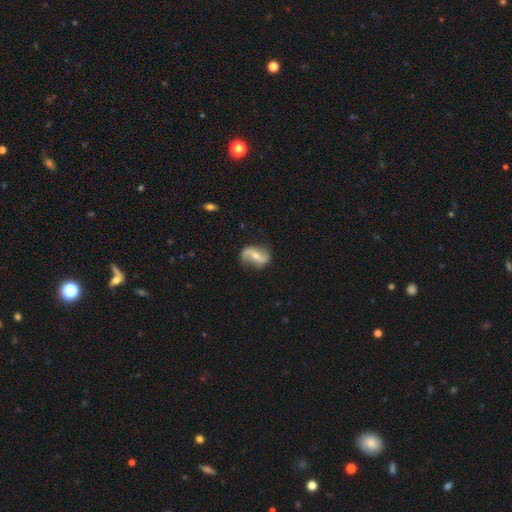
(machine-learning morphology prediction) Smooth or featured? featured or disk (75%)
Edge-on disk? no (96%)
Bar? weak (35%)
Spiral arms? yes (91%)
Spiral winding? loose (75%)
Spiral arm count? 2 (90%)
Bulge size? moderate (50%)
Merging? none (75%)